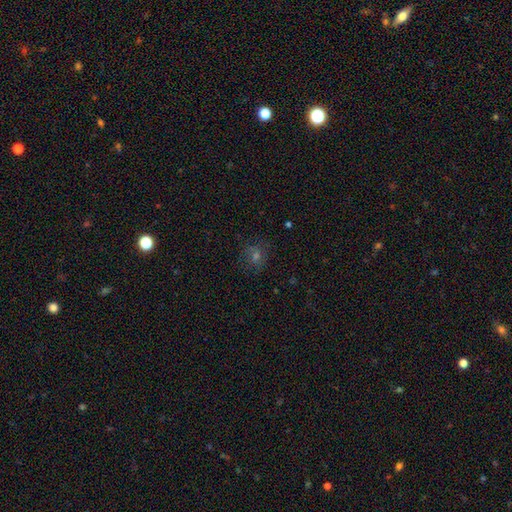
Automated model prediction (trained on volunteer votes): Smooth or featured? Predicted: smooth (p=0.46). Merging? Predicted: none (p=0.81).